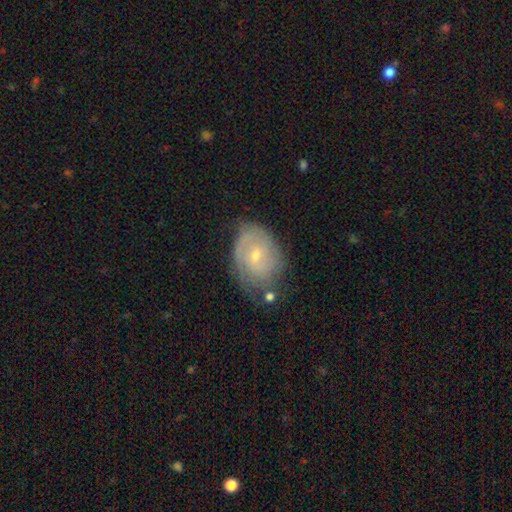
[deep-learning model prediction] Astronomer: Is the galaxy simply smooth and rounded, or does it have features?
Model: featured or disk — 65%.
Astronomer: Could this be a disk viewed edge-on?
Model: no — 96%.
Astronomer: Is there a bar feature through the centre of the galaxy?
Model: no — 61%.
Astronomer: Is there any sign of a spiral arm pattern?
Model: yes — 81%.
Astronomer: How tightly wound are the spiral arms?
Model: tight — 61%.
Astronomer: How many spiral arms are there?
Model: can't tell — 47% (runner-up: 2, 29%).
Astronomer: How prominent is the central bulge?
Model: small — 62%.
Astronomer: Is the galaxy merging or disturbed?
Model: none — 55%.